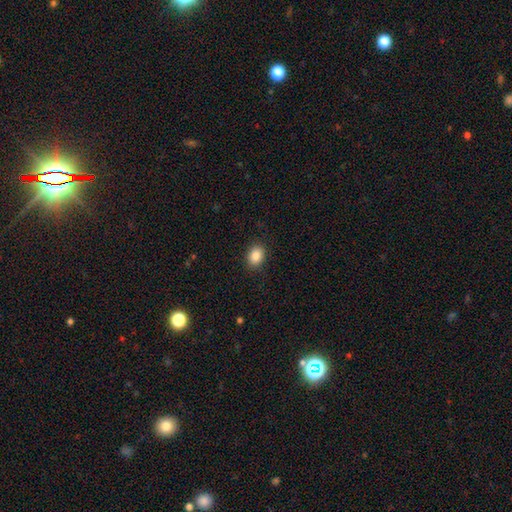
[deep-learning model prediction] smooth_or_featured: smooth (p=0.87) [alt: star or artifact p=0.09]
how_rounded: in between (p=0.63) [alt: round p=0.36]
merging: none (p=0.89) [alt: minor disturbance p=0.08]